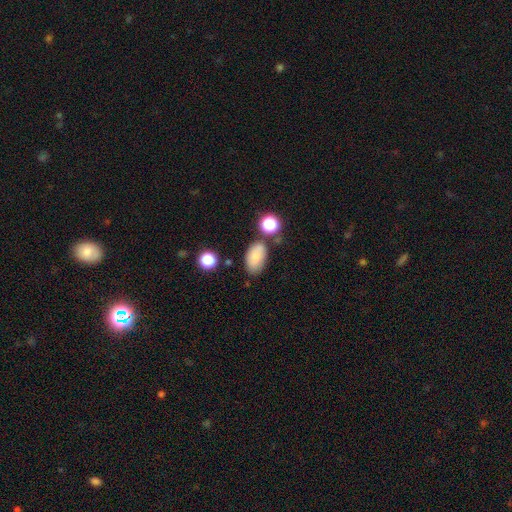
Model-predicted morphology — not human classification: smooth-or-featured: smooth: 79% | featured or disk: 11% | star or artifact: 10%
  how-rounded: in between: 92% | round: 6% | cigar-shaped: 2%
  merging: none: 67% | minor disturbance: 19% | merger: 9% | major disturbance: 5%